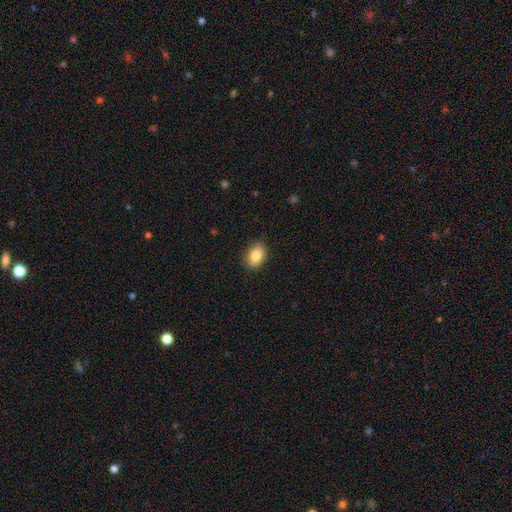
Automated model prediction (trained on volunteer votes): Smooth or featured: smooth — 85% (star or artifact — 8%)
How rounded: in between — 85% (round — 14%)
Merging: none — 88% (minor disturbance — 9%)